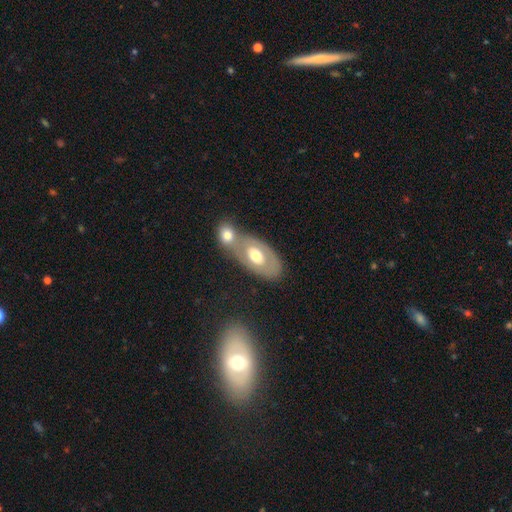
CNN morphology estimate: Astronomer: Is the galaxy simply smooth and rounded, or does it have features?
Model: smooth — 48% (runner-up: featured or disk, 45%).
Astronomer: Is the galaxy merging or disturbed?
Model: merger — 51% (runner-up: none, 33%).